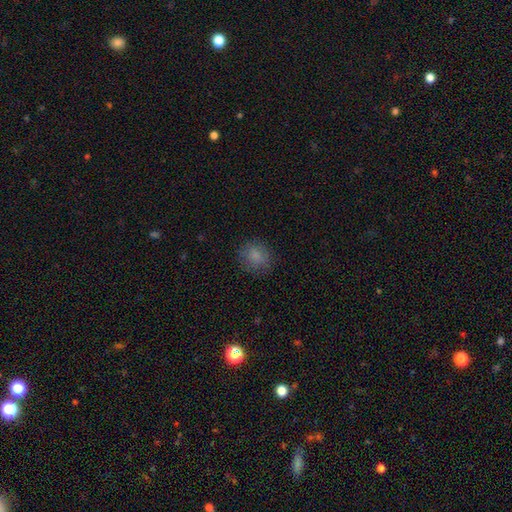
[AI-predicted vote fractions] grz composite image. It shows a smooth galaxy with no disk features (84%) that is round (85%). Merging: none (84%).